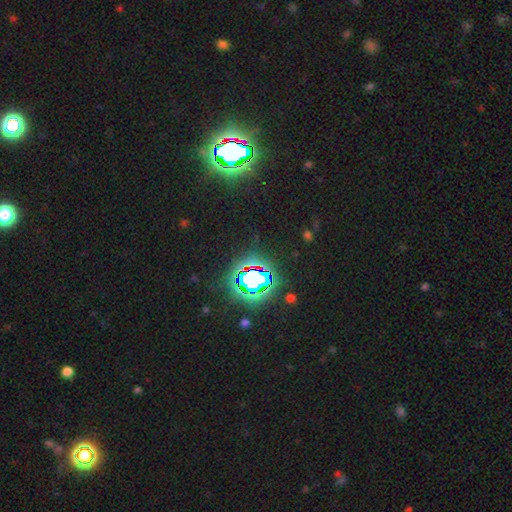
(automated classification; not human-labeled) star or artifact 79%, smooth 13%, featured or disk 8%.